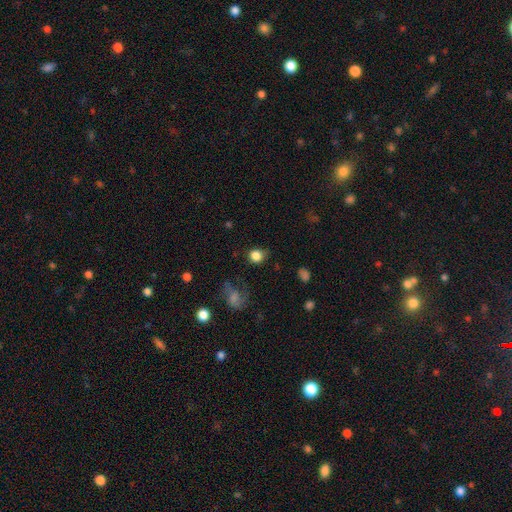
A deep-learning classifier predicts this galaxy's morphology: A smooth galaxy with no disk features (84%) that is round (80%). Merging: none (72%).